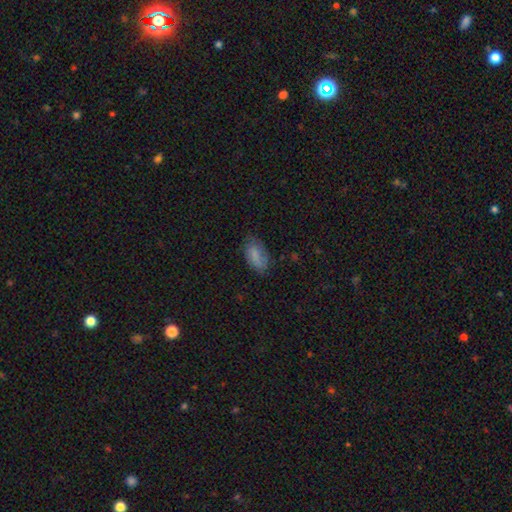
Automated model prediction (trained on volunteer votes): Smooth or featured? smooth (73%)
How rounded? in between (93%)
Merging? none (68%)